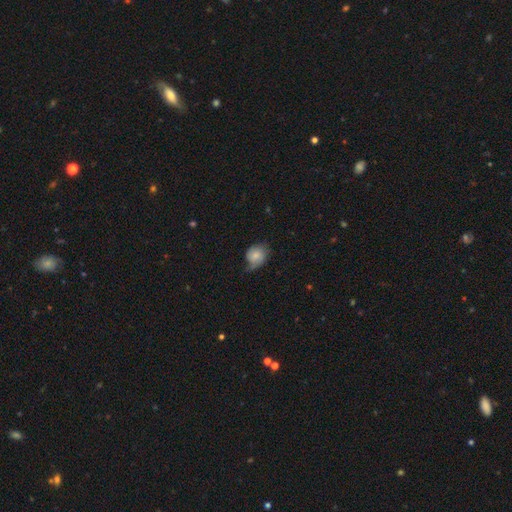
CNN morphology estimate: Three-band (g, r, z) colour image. It shows a smooth galaxy with no disk features (68%) that is round (55%). Merging: minor disturbance (40%).